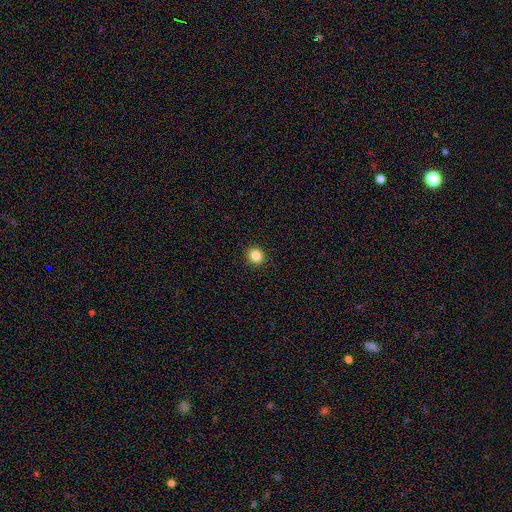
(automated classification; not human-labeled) smooth-or-featured: smooth: 86% | star or artifact: 10% | featured or disk: 4%
  how-rounded: round: 79% | in between: 20% | cigar-shaped: 1%
  merging: none: 91% | minor disturbance: 6% | major disturbance: 2% | merger: 1%